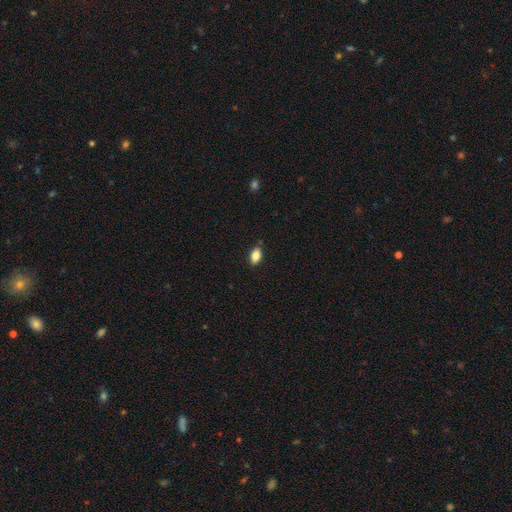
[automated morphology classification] smooth 83%, featured or disk 9%, star or artifact 8%. Down the decision tree: how rounded — in between (89%); merging — none (84%).